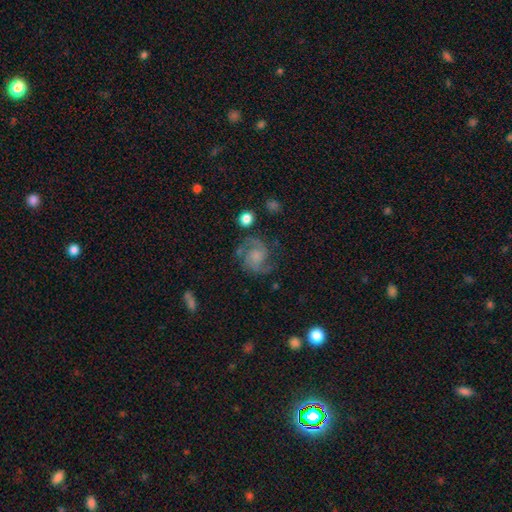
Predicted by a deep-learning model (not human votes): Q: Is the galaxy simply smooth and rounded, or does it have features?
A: featured or disk — 79%.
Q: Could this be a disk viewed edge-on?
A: no — 98%.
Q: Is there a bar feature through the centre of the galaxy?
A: no — 67%.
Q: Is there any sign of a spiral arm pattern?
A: yes — 96%.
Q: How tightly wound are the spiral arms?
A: medium — 54%.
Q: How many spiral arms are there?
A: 2 — 85%.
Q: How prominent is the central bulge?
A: small — 32%.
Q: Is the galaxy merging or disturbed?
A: none — 70%.